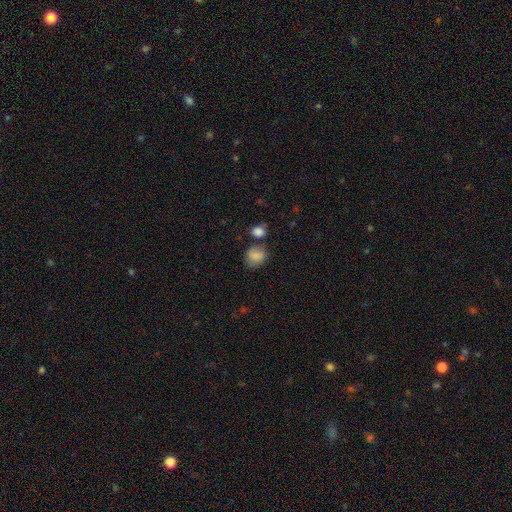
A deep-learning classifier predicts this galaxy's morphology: type=smooth (84%); roundness=round (68%); merging=none (66%).